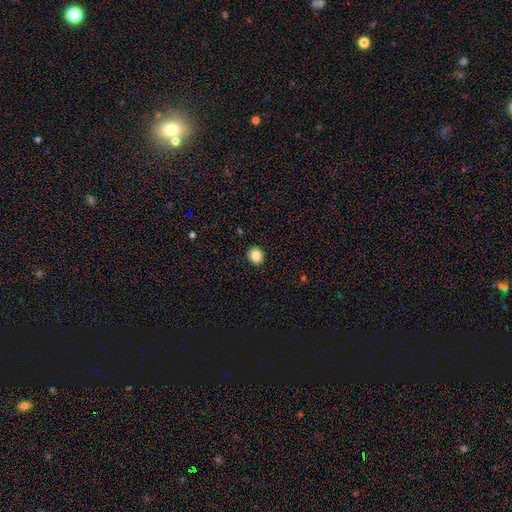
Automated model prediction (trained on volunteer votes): Smooth or featured: smooth — 84% (star or artifact — 10%)
How rounded: round — 69% (in between — 30%)
Merging: none — 90% (minor disturbance — 7%)